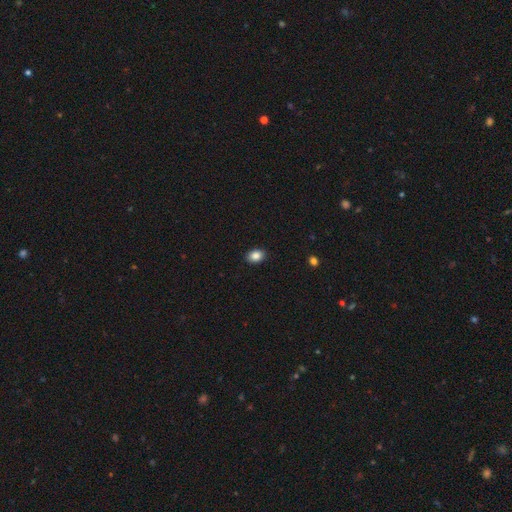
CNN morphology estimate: Smooth or featured?
  - smooth: 86% *
  - star or artifact: 9%
  - featured or disk: 5%
How rounded?
  - in between: 76% *
  - round: 23%
  - cigar-shaped: 1%
Merging?
  - none: 90% *
  - minor disturbance: 7%
  - major disturbance: 2%
  - merger: 1%